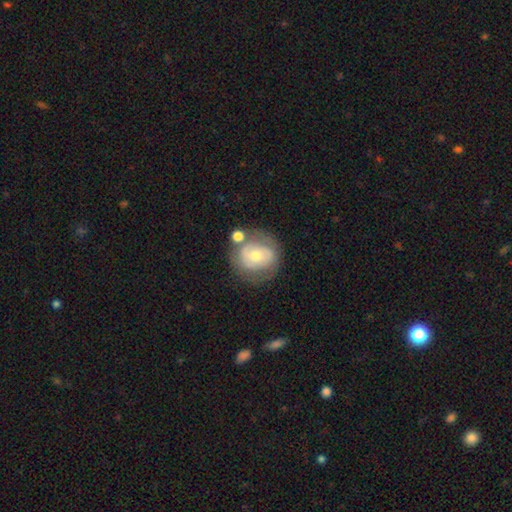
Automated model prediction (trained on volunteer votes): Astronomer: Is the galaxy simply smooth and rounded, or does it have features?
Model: featured or disk — 54% (runner-up: smooth, 39%).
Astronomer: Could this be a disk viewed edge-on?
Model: no — 96%.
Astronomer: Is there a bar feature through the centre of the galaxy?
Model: no — 62%.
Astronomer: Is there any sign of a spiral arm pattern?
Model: yes — 56% (runner-up: no, 44%).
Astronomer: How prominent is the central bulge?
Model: moderate — 61%.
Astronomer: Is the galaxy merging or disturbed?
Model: none — 58%.